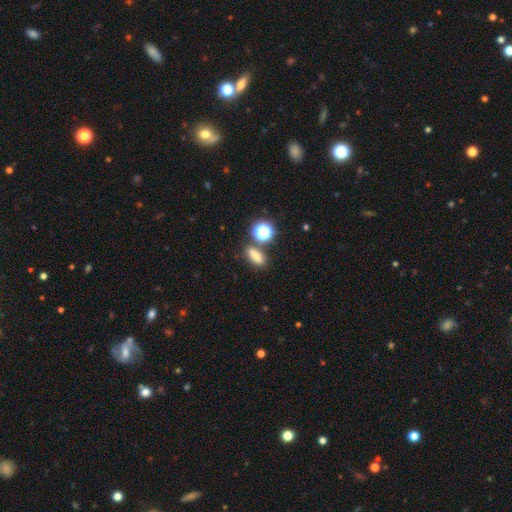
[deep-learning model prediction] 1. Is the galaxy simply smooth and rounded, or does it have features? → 74% smooth, 17% star or artifact, 9% featured or disk.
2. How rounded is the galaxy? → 64% in between, 21% round, 15% cigar-shaped.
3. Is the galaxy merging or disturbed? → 73% none, 12% merger, 11% minor disturbance, 4% major disturbance.